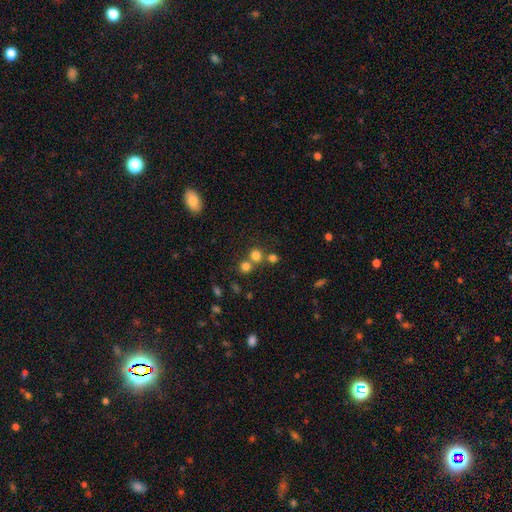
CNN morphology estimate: Smooth or featured: smooth — 74% (star or artifact — 18%)
How rounded: round — 86% (in between — 13%)
Merging: none — 57% (merger — 33%)